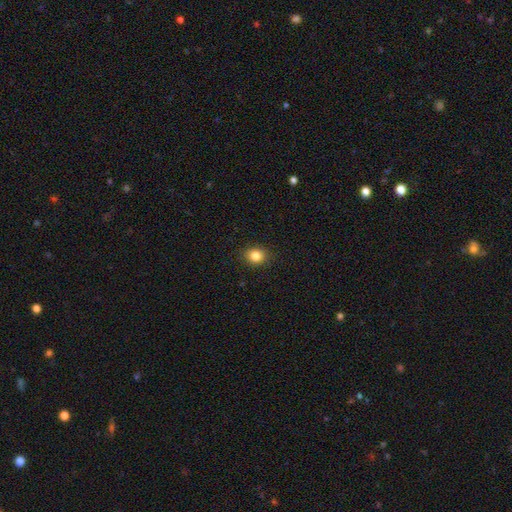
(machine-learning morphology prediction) This is clearly a smooth galaxy (84%). How rounded: likely round (67%). Merging: clearly none (90%).